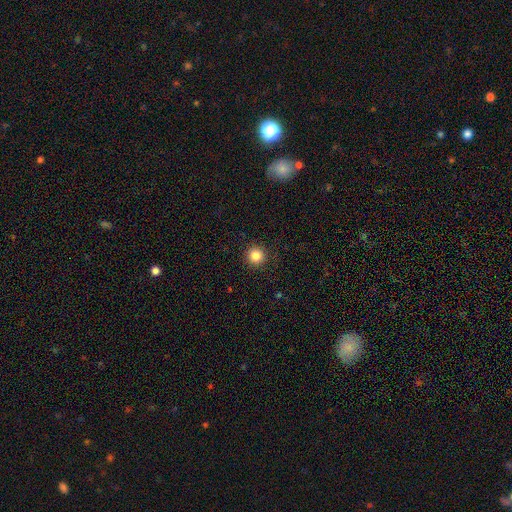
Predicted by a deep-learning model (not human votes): Smooth or featured? smooth (85%)
How rounded? round (95%)
Merging? none (92%)